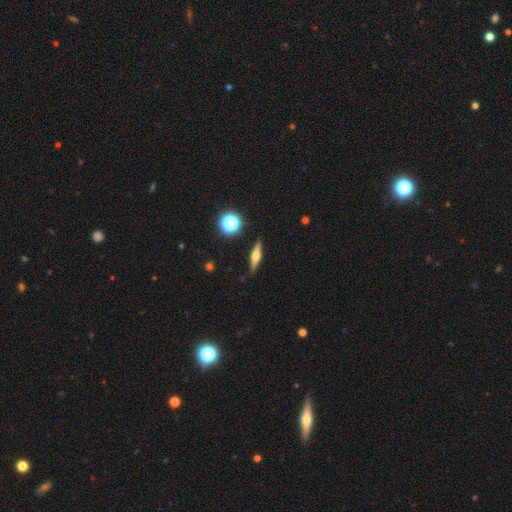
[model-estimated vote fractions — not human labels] Overall: featured or disk (56%; smooth 35%). Edge-on disk: yes (95%). Edge-on bulge: rounded (90%). Merging: none (89%).